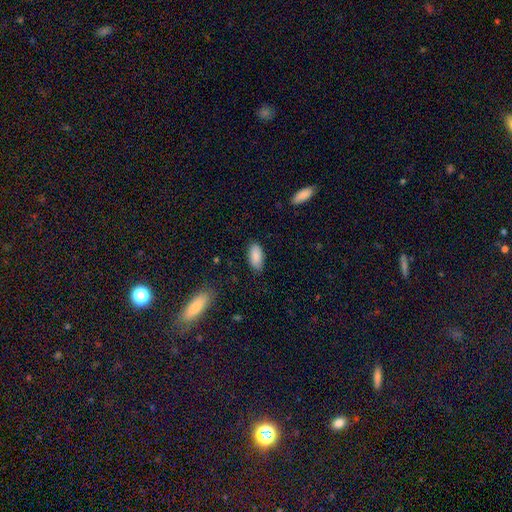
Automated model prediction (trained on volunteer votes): Smooth or featured: smooth — 88% (star or artifact — 6%)
How rounded: in between — 92% (cigar-shaped — 6%)
Merging: none — 83% (minor disturbance — 13%)